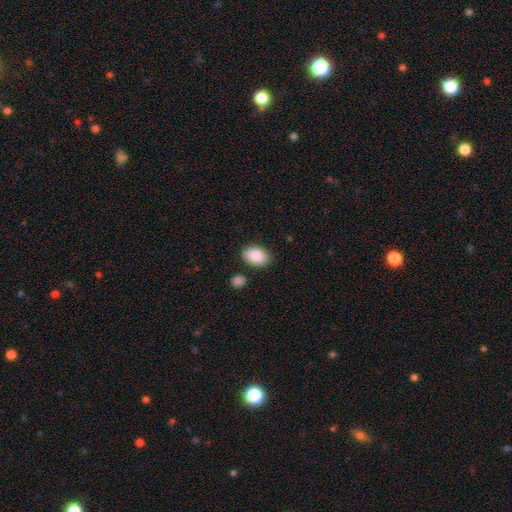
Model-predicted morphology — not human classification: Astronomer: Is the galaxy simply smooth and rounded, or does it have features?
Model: smooth — 89%.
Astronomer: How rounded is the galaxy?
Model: in between — 84%.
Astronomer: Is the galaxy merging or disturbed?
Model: none — 83%.